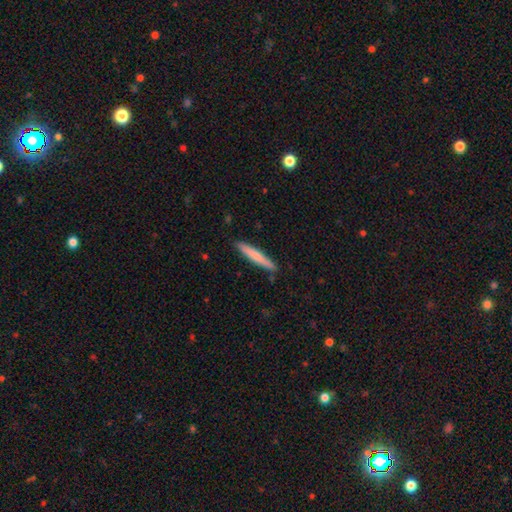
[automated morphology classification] smooth-or-featured: smooth: 66% | featured or disk: 29% | star or artifact: 6%
  how-rounded: cigar-shaped: 94% | in between: 4% | round: 1%
  merging: none: 88% | minor disturbance: 9% | major disturbance: 2% | merger: 1%